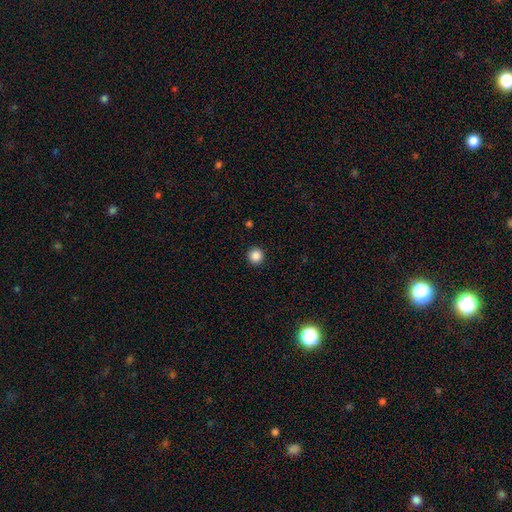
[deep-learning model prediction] smooth_or_featured: smooth (p=0.87) [alt: star or artifact p=0.10]
how_rounded: round (p=0.96) [alt: in between p=0.03]
merging: none (p=0.93) [alt: minor disturbance p=0.04]